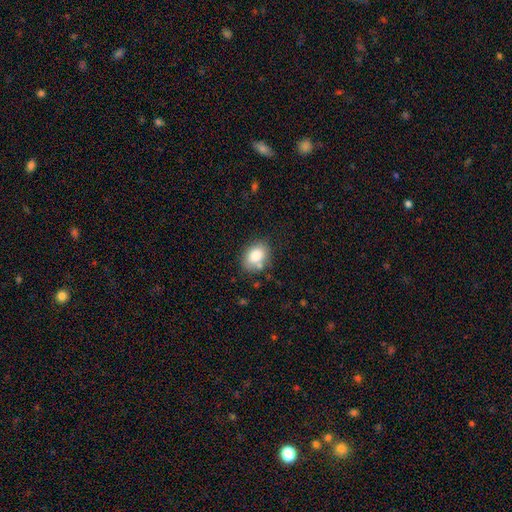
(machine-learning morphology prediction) smooth-or-featured: smooth: 83% | featured or disk: 9% | star or artifact: 8%
  how-rounded: in between: 69% | round: 30% | cigar-shaped: 1%
  merging: none: 71% | minor disturbance: 17% | merger: 7% | major disturbance: 5%